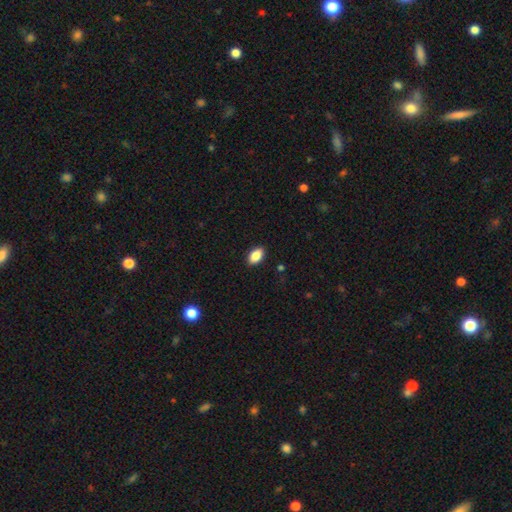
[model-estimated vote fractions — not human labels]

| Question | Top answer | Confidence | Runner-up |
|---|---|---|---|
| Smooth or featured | smooth | 88% | star or artifact (7%) |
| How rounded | in between | 92% | round (6%) |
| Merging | none | 90% | minor disturbance (8%) |